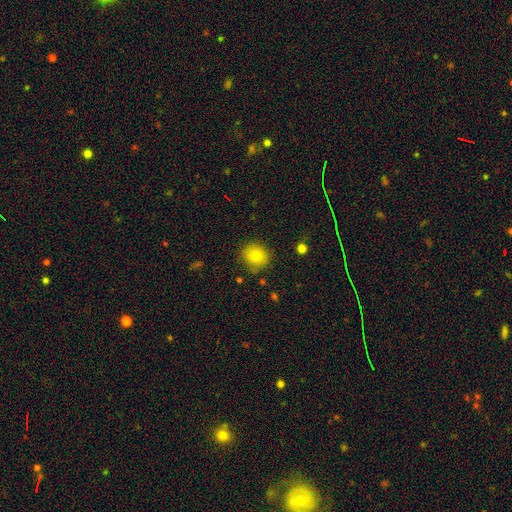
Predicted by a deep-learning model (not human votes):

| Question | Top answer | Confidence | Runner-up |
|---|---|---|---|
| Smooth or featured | smooth | 83% | star or artifact (10%) |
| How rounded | round | 88% | in between (11%) |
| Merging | none | 83% | minor disturbance (12%) |